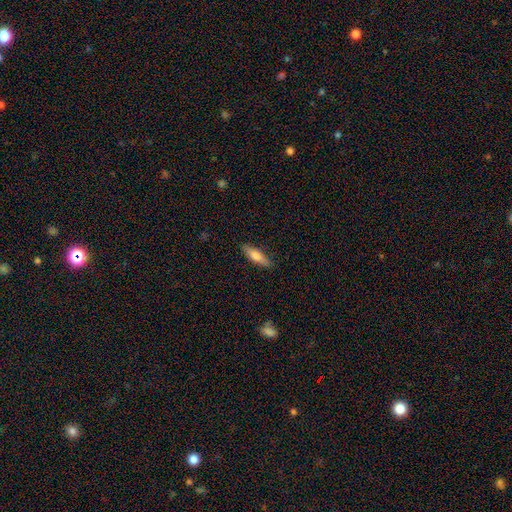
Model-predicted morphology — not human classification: Smooth or featured? Predicted: smooth (p=0.63). How rounded? Predicted: cigar-shaped (p=0.62). Merging? Predicted: none (p=0.87).